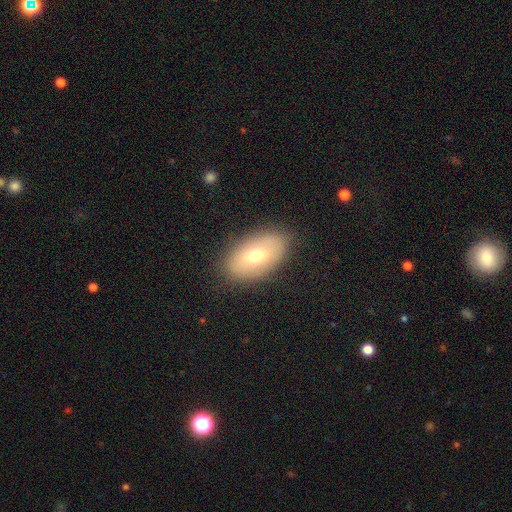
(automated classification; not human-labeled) smooth-or-featured: smooth: 62% | featured or disk: 30% | star or artifact: 8%
  how-rounded: in between: 91% | round: 7% | cigar-shaped: 2%
  merging: none: 85% | minor disturbance: 11% | major disturbance: 3% | merger: 1%